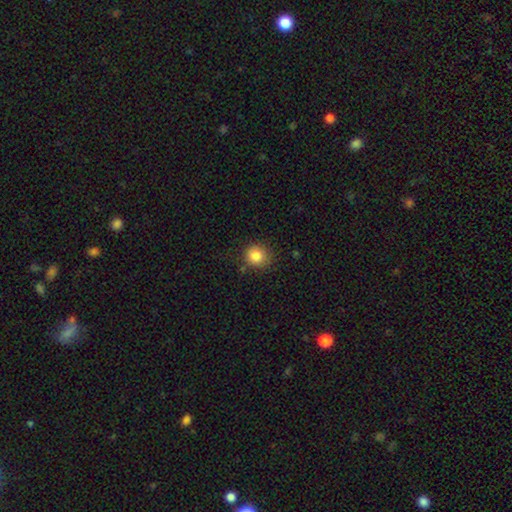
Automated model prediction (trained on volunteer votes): smooth_or_featured: smooth (p=0.85) [alt: star or artifact p=0.10]
how_rounded: round (p=0.86) [alt: in between p=0.13]
merging: none (p=0.81) [alt: minor disturbance p=0.13]